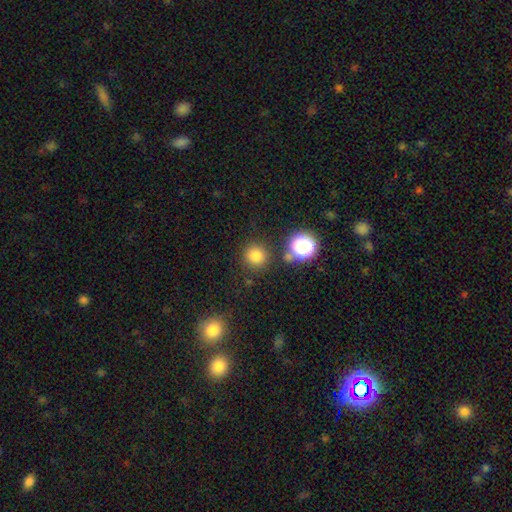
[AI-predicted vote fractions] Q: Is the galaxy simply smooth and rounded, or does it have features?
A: smooth — 79%.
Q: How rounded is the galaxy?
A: round — 93%.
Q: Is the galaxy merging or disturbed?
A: none — 84%.